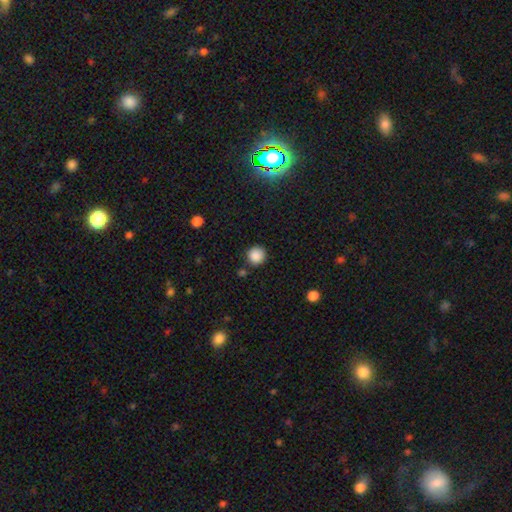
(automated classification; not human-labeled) Morphology: type=smooth (87%); roundness=round (93%); merging=none (85%).